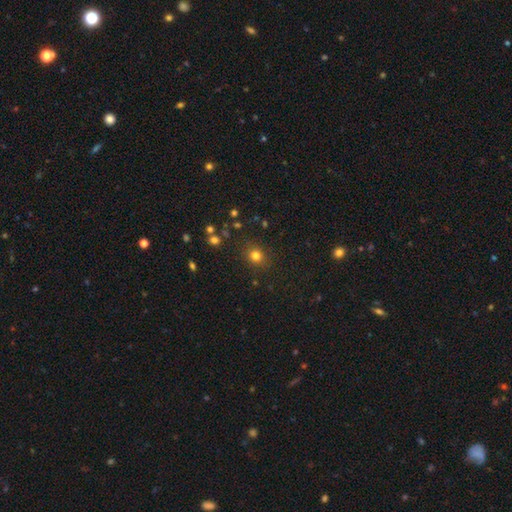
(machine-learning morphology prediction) The model was most divided on "how rounded": round: 78%, in between: 21%, cigar-shaped: 1%. More confident: merging — none (86%); smooth or featured — smooth (79%).